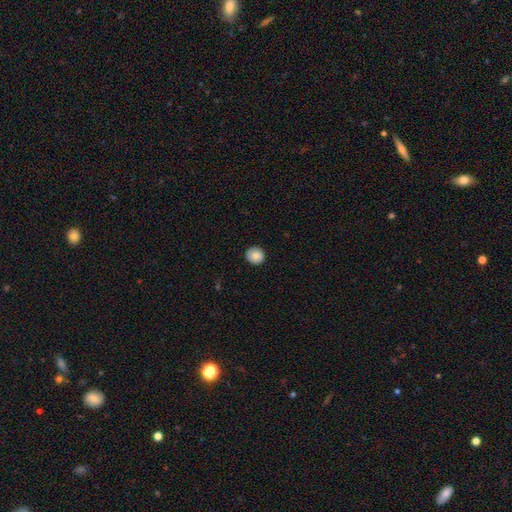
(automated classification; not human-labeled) Overall: smooth (84%). How rounded: round (92%). Merging: none (88%).